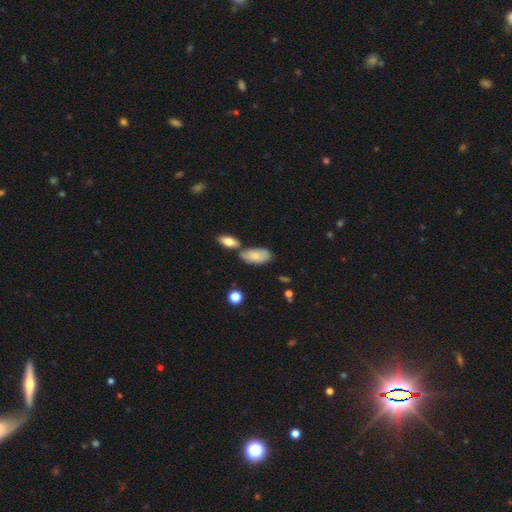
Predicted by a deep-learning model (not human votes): A smooth galaxy with no disk features (75%) that is in between round and cigar-shaped (92%).

Vote fractions:
- Smooth or featured? smooth: 75% / featured or disk: 18% / star or artifact: 7%
- How rounded? in between: 92% / cigar-shaped: 6% / round: 3%
- Merging? none: 52% / merger: 22% / minor disturbance: 20% / major disturbance: 5%